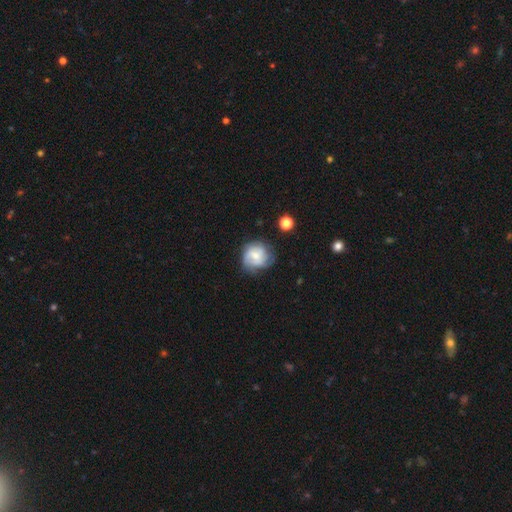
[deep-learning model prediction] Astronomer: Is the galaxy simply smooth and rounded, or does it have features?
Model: featured or disk — 50% (runner-up: smooth, 42%).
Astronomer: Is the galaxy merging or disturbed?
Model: none — 60%.